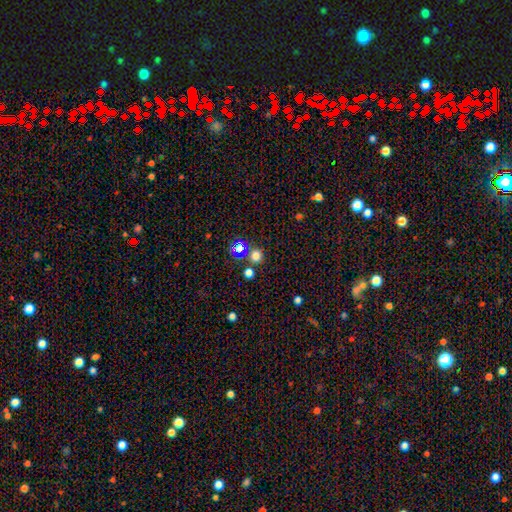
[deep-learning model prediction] A smooth galaxy with no disk features (73%) that is round (91%).

Vote fractions:
- Smooth or featured? smooth: 73% / star or artifact: 22% / featured or disk: 5%
- How rounded? round: 91% / in between: 8% / cigar-shaped: 1%
- Merging? none: 81% / merger: 10% / minor disturbance: 7% / major disturbance: 3%